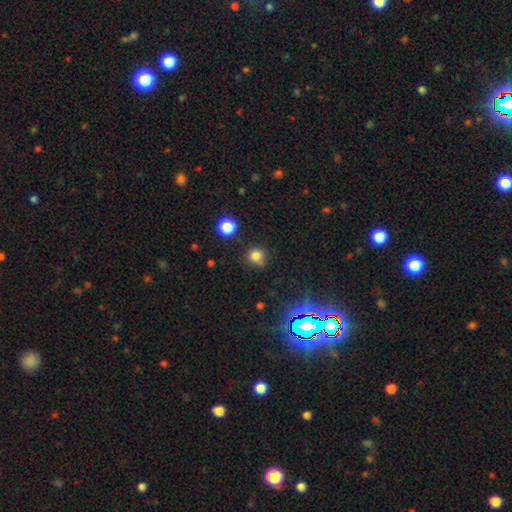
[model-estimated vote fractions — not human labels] Smooth or featured: smooth — 77% (star or artifact — 17%)
How rounded: round — 89% (in between — 10%)
Merging: none — 80% (minor disturbance — 13%)